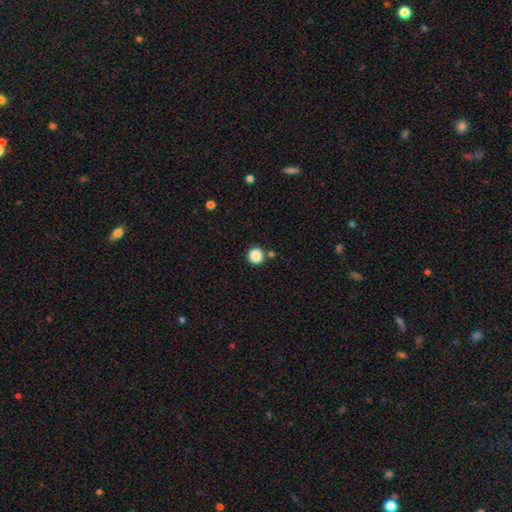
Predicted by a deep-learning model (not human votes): Smooth or featured?
  - smooth: 87% *
  - star or artifact: 10%
  - featured or disk: 3%
How rounded?
  - round: 94% *
  - in between: 5%
  - cigar-shaped: 1%
Merging?
  - none: 85% *
  - minor disturbance: 7%
  - merger: 6%
  - major disturbance: 2%